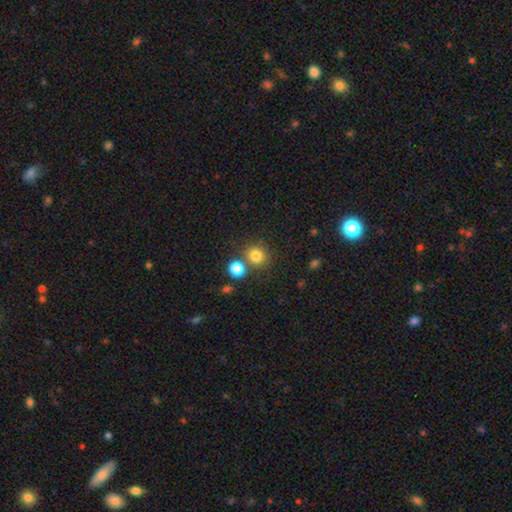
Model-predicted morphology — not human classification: This appears to be a smooth galaxy with no disk features (81%) that is round (87%). Merging: none (71%).